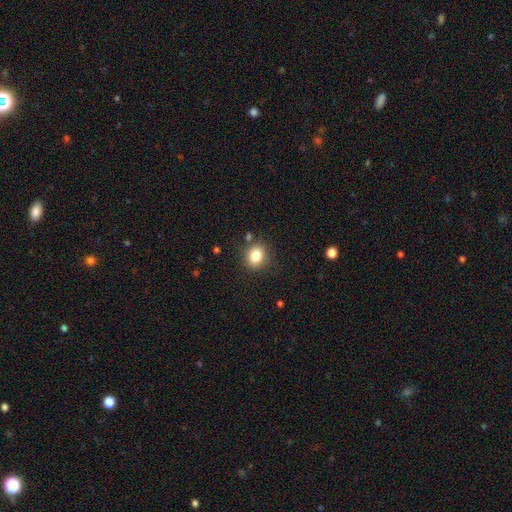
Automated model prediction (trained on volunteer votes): A smooth galaxy with no disk features (83%) that is round (62%). Merging: none (81%).